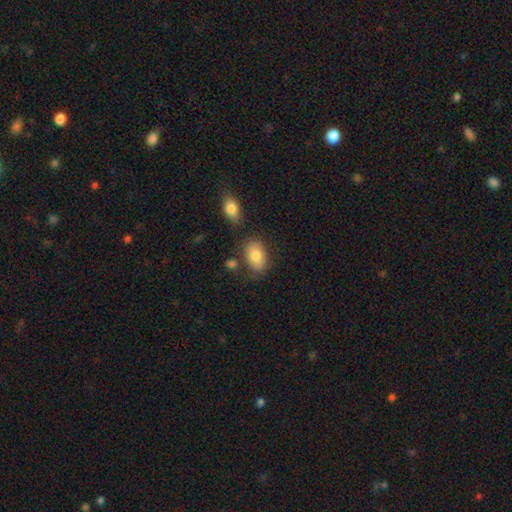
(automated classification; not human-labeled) Smooth or featured: smooth — 82% (featured or disk — 11%)
How rounded: in between — 89% (round — 9%)
Merging: none — 71% (minor disturbance — 16%)